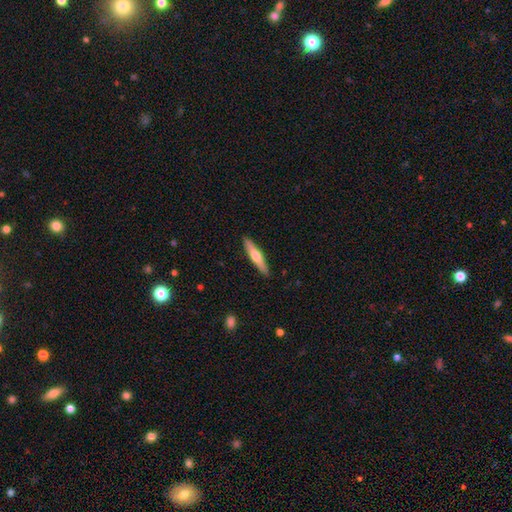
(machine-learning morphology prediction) Smooth or featured? smooth (49%)
Merging? none (91%)